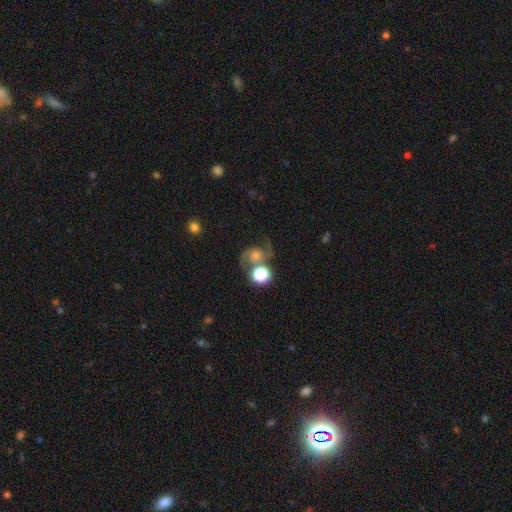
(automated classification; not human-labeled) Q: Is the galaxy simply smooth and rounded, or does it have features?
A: featured or disk — 76%.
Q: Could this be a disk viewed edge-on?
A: no — 98%.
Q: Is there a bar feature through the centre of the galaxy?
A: no — 68%.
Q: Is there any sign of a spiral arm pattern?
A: yes — 96%.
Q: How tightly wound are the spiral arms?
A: medium — 48%.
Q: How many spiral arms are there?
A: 2 — 92%.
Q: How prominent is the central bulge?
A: moderate — 44%.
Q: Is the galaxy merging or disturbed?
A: none — 59%.